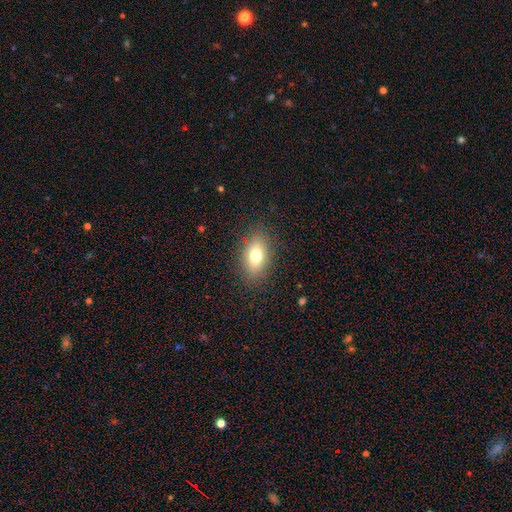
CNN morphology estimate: Smooth or featured? smooth (73%)
How rounded? in between (83%)
Merging? none (85%)